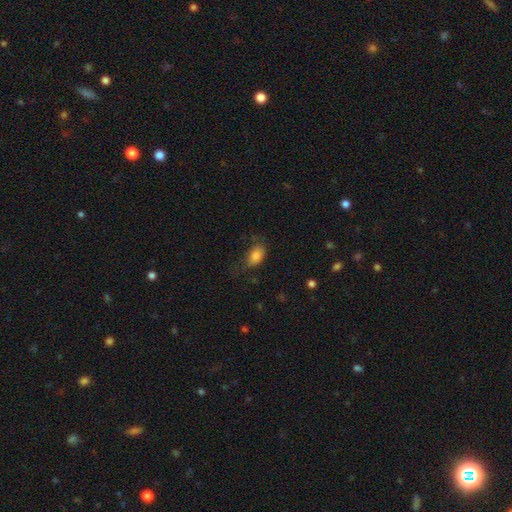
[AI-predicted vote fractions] Smooth or featured? Predicted: smooth (p=0.83). How rounded? Predicted: in between (p=0.89). Merging? Predicted: none (p=0.50).